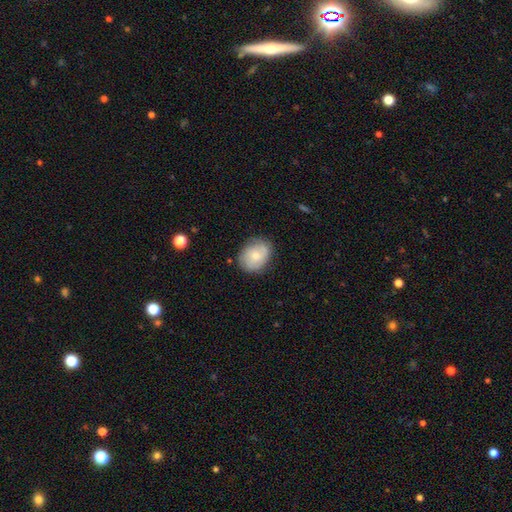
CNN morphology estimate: smooth 61%, featured or disk 32%, star or artifact 7%. Down the decision tree: how rounded — in between (55%); merging — none (74%).